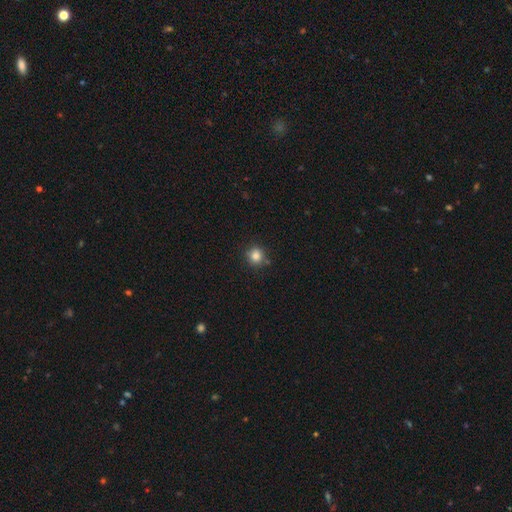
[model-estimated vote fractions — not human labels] smooth-or-featured: smooth: 84% | star or artifact: 12% | featured or disk: 5%
  how-rounded: round: 88% | in between: 11% | cigar-shaped: 1%
  merging: none: 83% | minor disturbance: 11% | merger: 4% | major disturbance: 3%